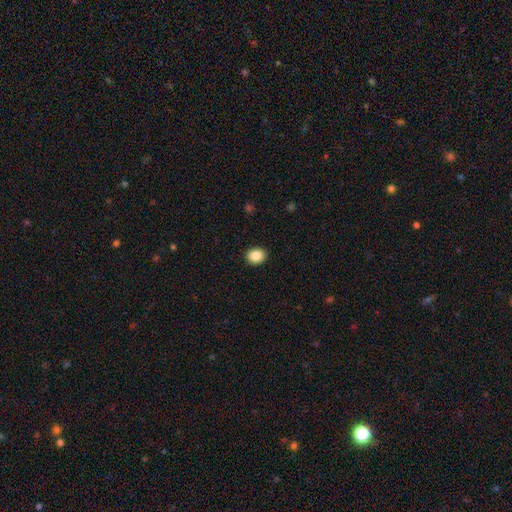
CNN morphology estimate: This appears to be a smooth galaxy with no disk features (87%) that is round (55%). Merging: none (92%).